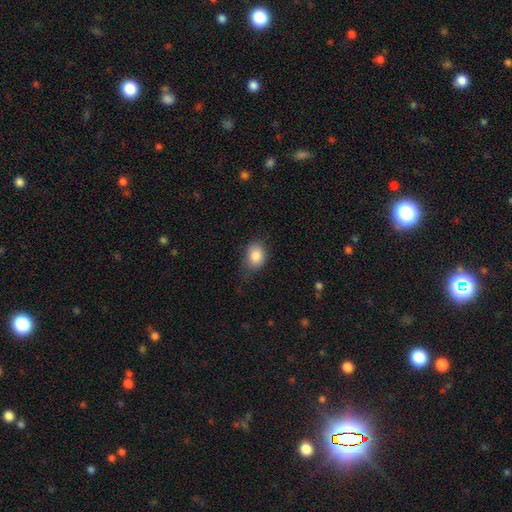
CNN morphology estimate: Q: Smooth or featured?
A: smooth (85%); runner-up: star or artifact (8%)
Q: How rounded?
A: in between (66%); runner-up: round (33%)
Q: Merging?
A: none (71%); runner-up: minor disturbance (22%)